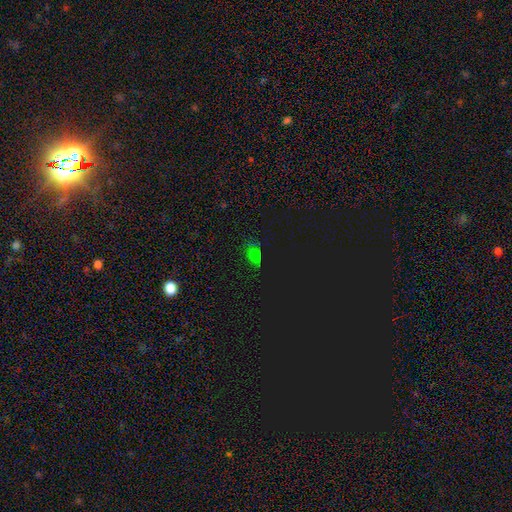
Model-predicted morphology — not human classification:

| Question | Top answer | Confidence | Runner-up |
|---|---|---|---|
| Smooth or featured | star or artifact | 52% | smooth (41%) |